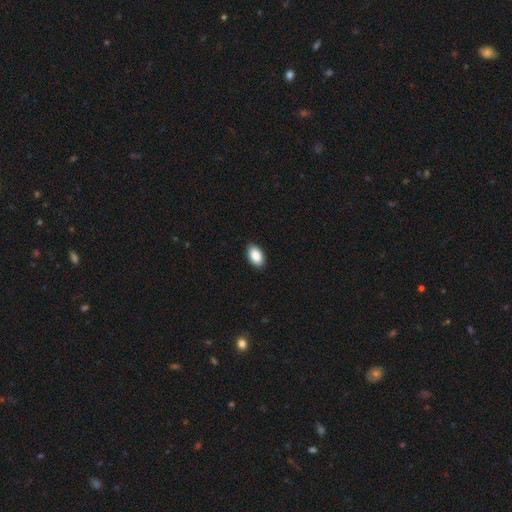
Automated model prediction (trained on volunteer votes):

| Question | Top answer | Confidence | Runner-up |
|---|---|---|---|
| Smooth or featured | smooth | 88% | star or artifact (7%) |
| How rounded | in between | 93% | round (6%) |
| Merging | none | 89% | minor disturbance (9%) |